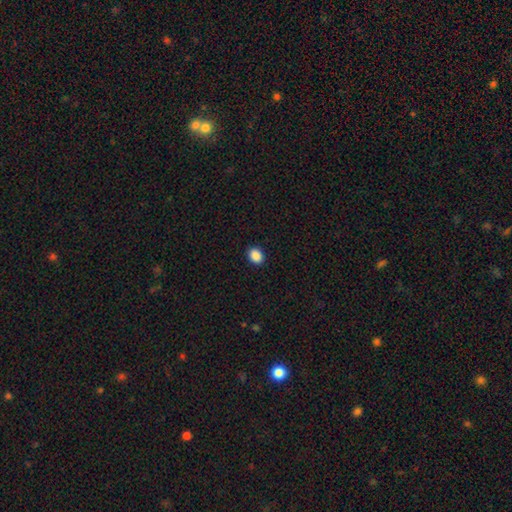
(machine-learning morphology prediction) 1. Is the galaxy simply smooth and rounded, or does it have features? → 89% smooth, 9% star or artifact, 2% featured or disk.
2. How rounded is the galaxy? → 56% in between, 43% round, 1% cigar-shaped.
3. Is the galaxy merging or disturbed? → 92% none, 6% minor disturbance, 2% major disturbance, 1% merger.